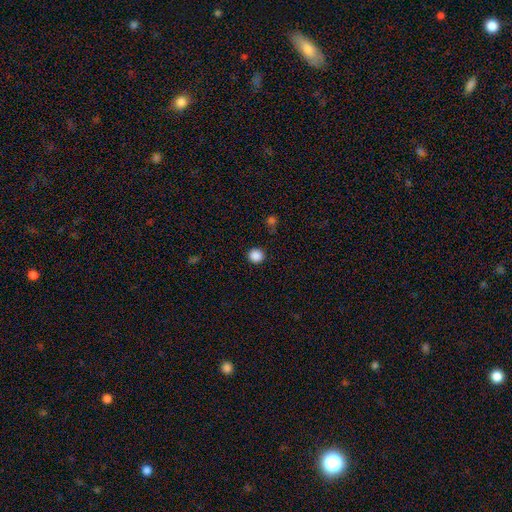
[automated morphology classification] Overall: smooth (87%). How rounded: round (93%). Merging: none (91%).